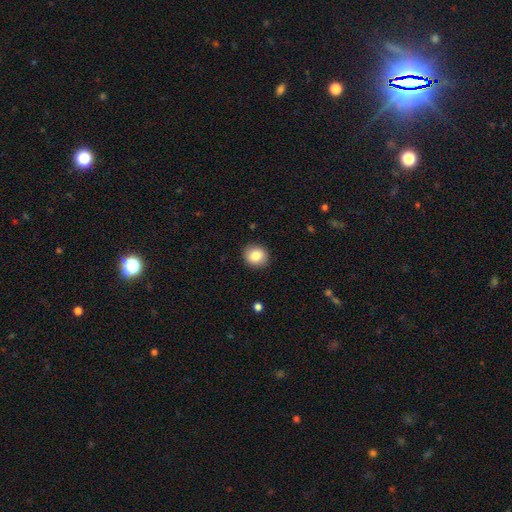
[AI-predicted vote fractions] A smooth galaxy with no disk features (85%) that is round (82%). Merging: none (91%).